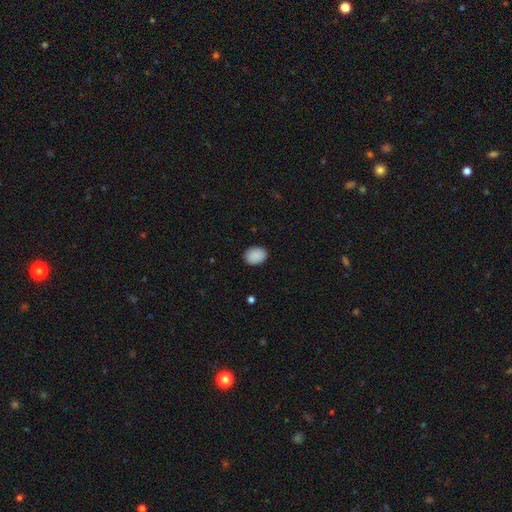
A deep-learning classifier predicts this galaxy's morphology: This is clearly a smooth galaxy (90%). How rounded: likely in between (61%). Merging: clearly none (88%).